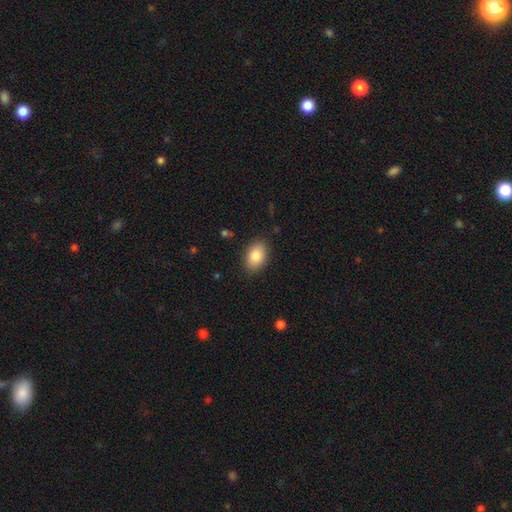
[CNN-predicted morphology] The model was most divided on "how rounded": in between: 87%, round: 11%, cigar-shaped: 1%. More confident: merging — none (87%); smooth or featured — smooth (86%).